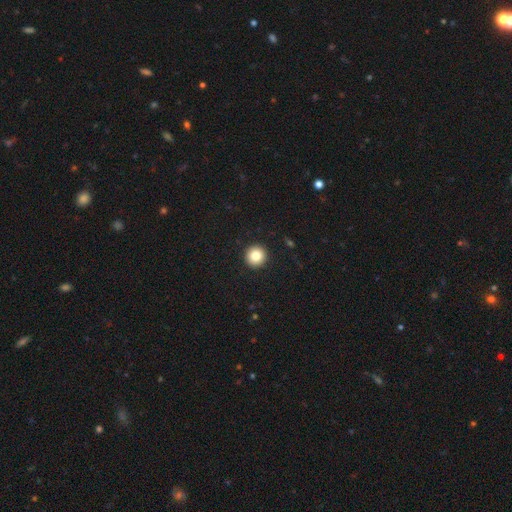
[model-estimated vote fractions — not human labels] The model was most divided on "smooth or featured": smooth: 83%, star or artifact: 10%, featured or disk: 7%. More confident: how rounded — round (96%); merging — none (94%).